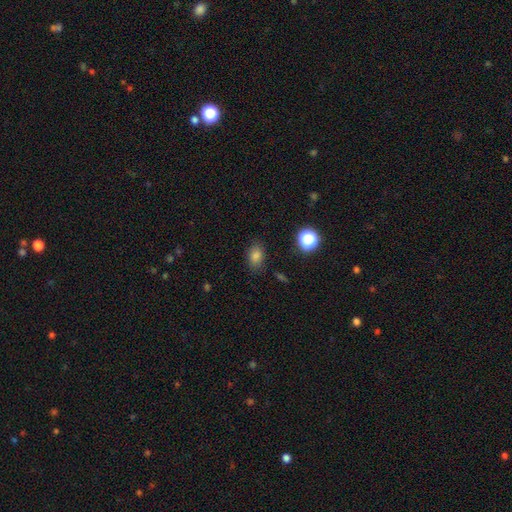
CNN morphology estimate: This is likely a smooth galaxy (79%). How rounded: likely in between (78%). Merging: clearly none (83%).